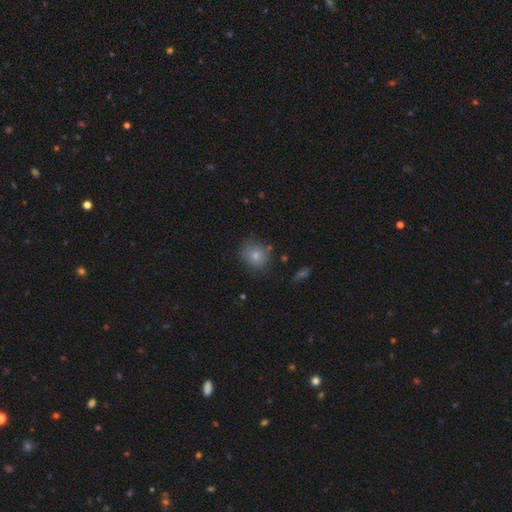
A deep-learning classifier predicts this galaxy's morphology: smooth_or_featured: smooth (p=0.79) [alt: featured or disk p=0.11]
how_rounded: round (p=0.75) [alt: in between p=0.24]
merging: none (p=0.73) [alt: minor disturbance p=0.19]